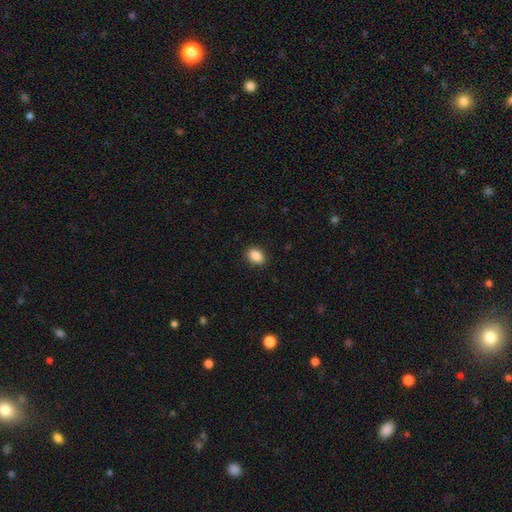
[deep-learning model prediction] Smooth or featured? smooth (88%)
How rounded? in between (72%)
Merging? none (90%)